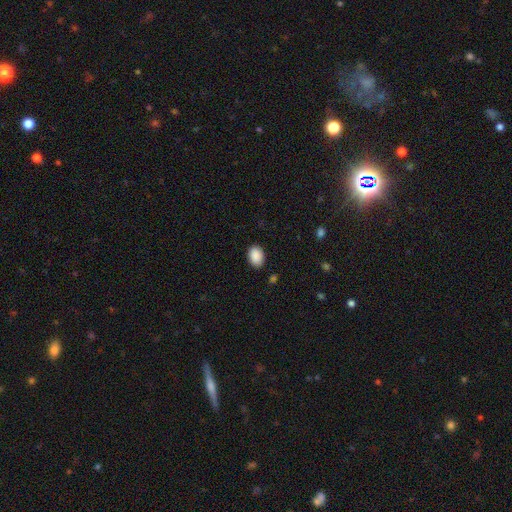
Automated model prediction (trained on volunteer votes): A smooth galaxy with no disk features (90%) that is in between round and cigar-shaped (80%). Merging: none (86%).